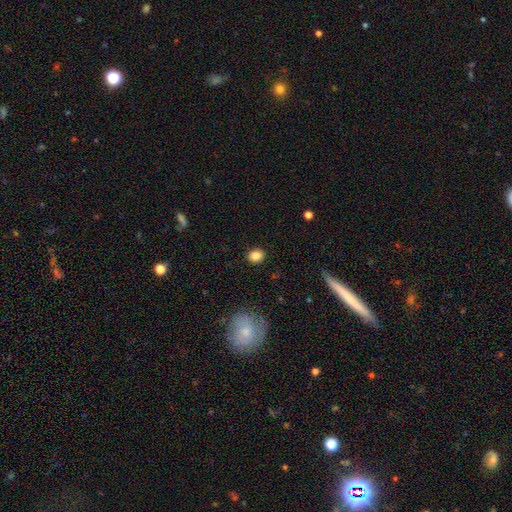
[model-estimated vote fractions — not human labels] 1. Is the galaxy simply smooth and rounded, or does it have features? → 85% smooth, 10% star or artifact, 5% featured or disk.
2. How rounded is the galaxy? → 56% round, 43% in between, 1% cigar-shaped.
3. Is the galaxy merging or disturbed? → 89% none, 8% minor disturbance, 2% major disturbance, 1% merger.